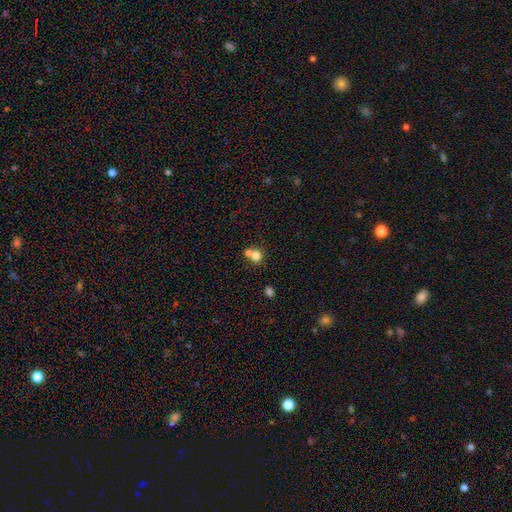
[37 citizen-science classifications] Smooth or featured?
  - smooth: 89% *
  - featured or disk: 5%
  - star or artifact: 5%
How rounded?
  - round: 91% *
  - in between: 9%
  - cigar-shaped: 0%
Merging?
  - none: 51% *
  - merger: 43%
  - minor disturbance: 3%
  - major disturbance: 3%